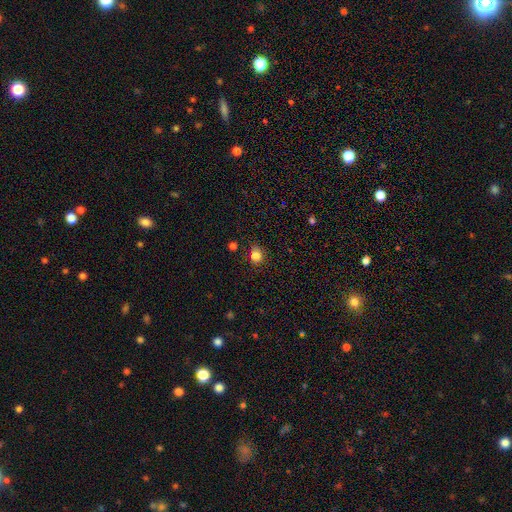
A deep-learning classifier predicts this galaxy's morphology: Overall: smooth (82%). How rounded: round (66%; in between 33%). Merging: none (80%).